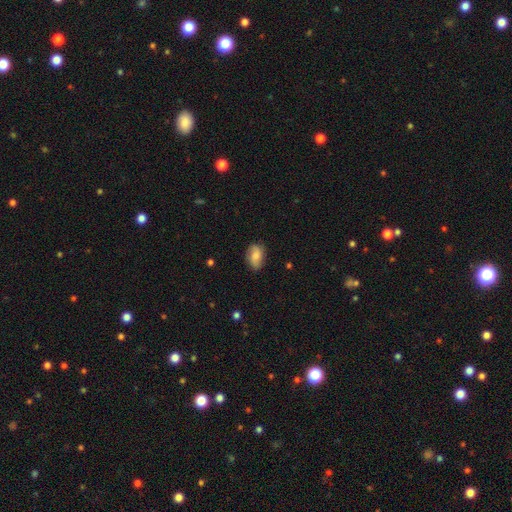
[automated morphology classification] Smooth or featured? smooth (65%)
How rounded? in between (87%)
Merging? none (77%)